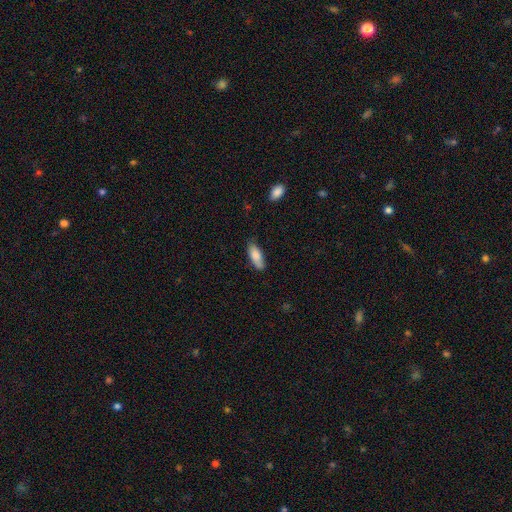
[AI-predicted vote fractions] Smooth or featured: smooth — 81% (featured or disk — 13%)
How rounded: in between — 71% (cigar-shaped — 27%)
Merging: none — 73% (minor disturbance — 21%)